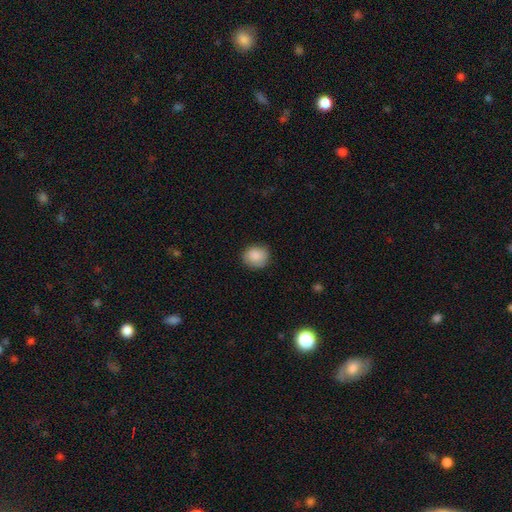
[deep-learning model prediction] Morphology: type=smooth (87%); roundness=round (76%); merging=none (84%).